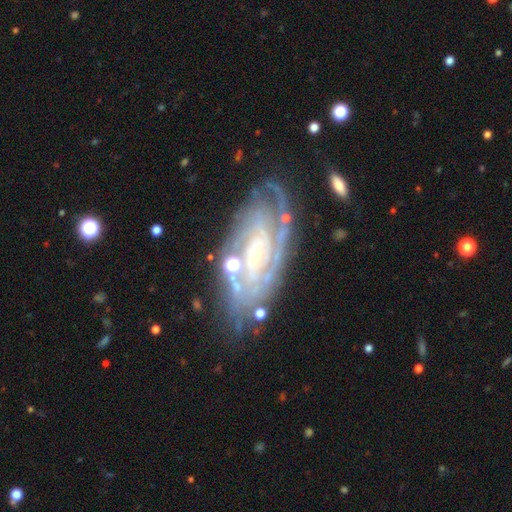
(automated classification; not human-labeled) Smooth or featured?
  - featured or disk: 85% *
  - smooth: 8%
  - star or artifact: 7%
Edge-on disk?
  - no: 93% *
  - yes: 7%
Bar?
  - no: 53% *
  - weak: 32%
  - strong: 14%
Spiral arms?
  - yes: 95% *
  - no: 5%
Spiral winding?
  - tight: 70% *
  - medium: 25%
  - loose: 5%
Spiral arm count?
  - can't tell: 33% *
  - 2: 24%
  - 3: 19%
  - 4: 11%
  - more than 4: 7%
  - 1: 6%
Bulge size?
  - small: 65% *
  - moderate: 20%
  - none: 11%
  - large: 3%
  - dominant: 1%
Merging?
  - none: 69% *
  - minor disturbance: 19%
  - major disturbance: 8%
  - merger: 4%